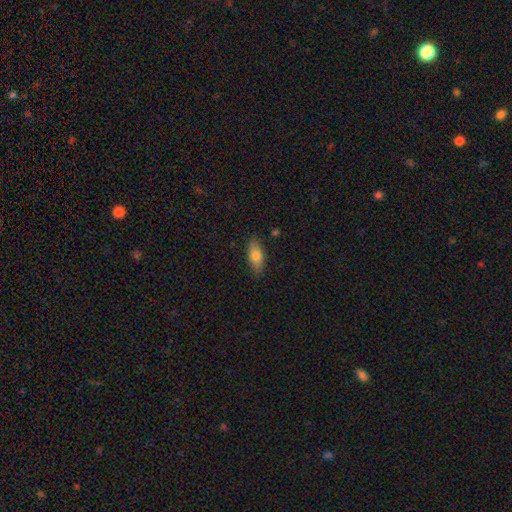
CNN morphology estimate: A smooth galaxy with no disk features (76%) that is in between round and cigar-shaped (81%).

Vote fractions:
- Smooth or featured? smooth: 76% / featured or disk: 17% / star or artifact: 7%
- How rounded? in between: 81% / cigar-shaped: 16% / round: 3%
- Merging? none: 84% / minor disturbance: 12% / major disturbance: 2% / merger: 1%